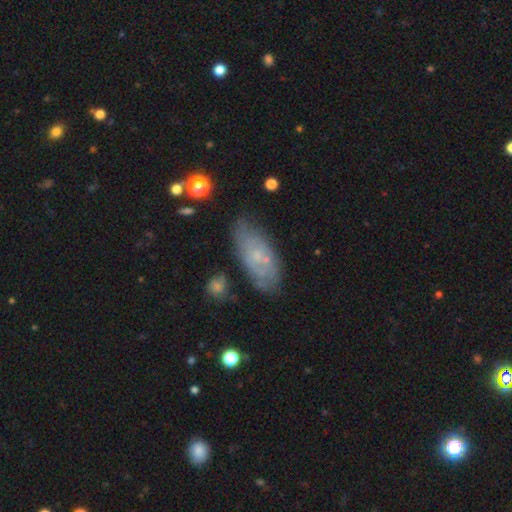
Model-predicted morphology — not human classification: This is possibly a featured or disk galaxy (54%). It is clearly not viewed edge-on (87%). Merging: likely none (71%).